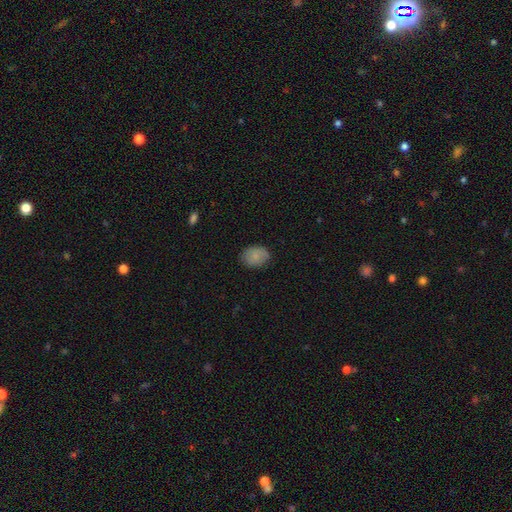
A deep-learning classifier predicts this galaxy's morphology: Smooth or featured: smooth — 80% (featured or disk — 12%)
How rounded: in between — 60% (round — 39%)
Merging: none — 82% (minor disturbance — 14%)